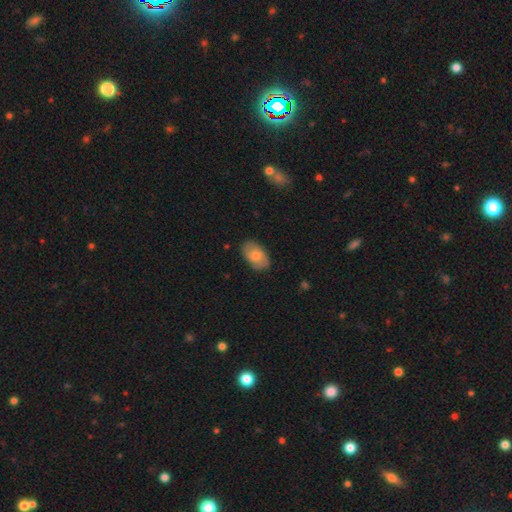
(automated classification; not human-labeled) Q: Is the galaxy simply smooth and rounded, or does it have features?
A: smooth — 68%.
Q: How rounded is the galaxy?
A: in between — 92%.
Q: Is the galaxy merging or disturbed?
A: none — 81%.